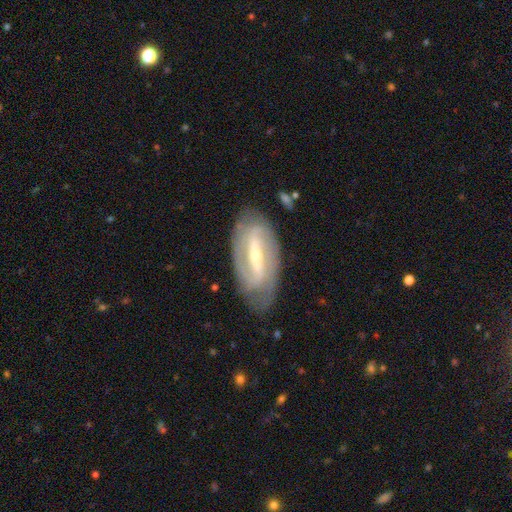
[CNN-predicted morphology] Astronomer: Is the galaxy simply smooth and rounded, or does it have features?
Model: featured or disk — 85%.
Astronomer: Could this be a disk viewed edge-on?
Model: no — 92%.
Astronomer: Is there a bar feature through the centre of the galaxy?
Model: strong — 67%.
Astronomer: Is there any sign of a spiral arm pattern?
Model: yes — 89%.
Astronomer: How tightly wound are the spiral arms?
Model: tight — 47% (runner-up: medium, 37%).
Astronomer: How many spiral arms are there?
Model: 2 — 76%.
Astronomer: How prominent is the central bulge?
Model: small — 59% (runner-up: moderate, 37%).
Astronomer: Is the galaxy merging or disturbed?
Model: none — 79%.